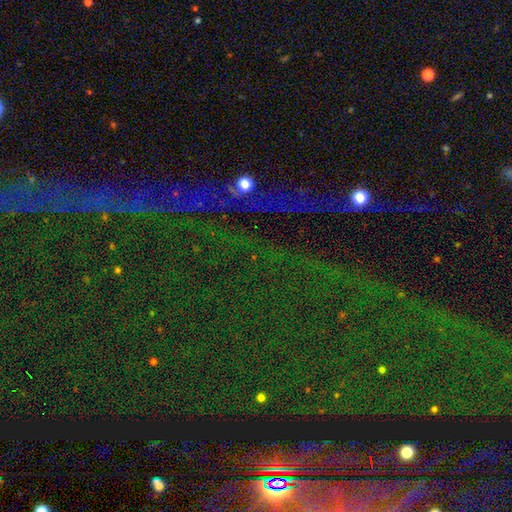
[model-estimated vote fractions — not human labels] star or artifact 83%, featured or disk 9%, smooth 8%.